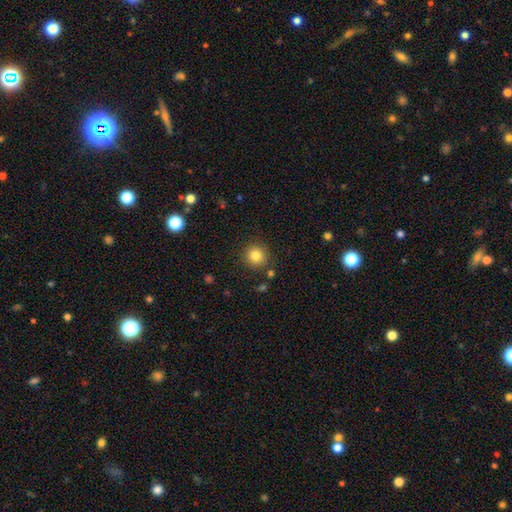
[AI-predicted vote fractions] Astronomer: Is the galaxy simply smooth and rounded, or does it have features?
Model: smooth — 82%.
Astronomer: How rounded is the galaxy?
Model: round — 93%.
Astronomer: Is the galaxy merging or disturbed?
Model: none — 87%.